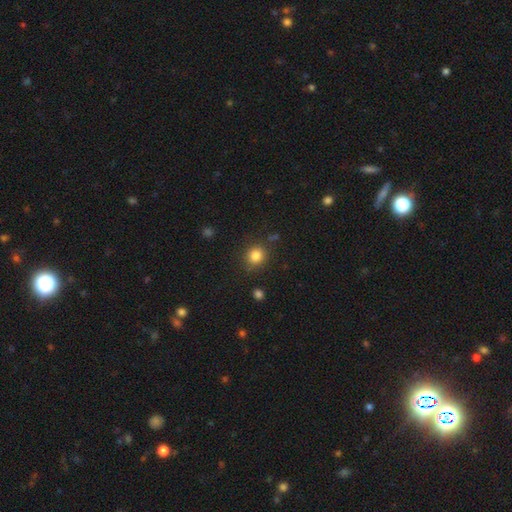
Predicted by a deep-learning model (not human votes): Q: Smooth or featured?
A: smooth (84%); runner-up: star or artifact (11%)
Q: How rounded?
A: round (81%); runner-up: in between (18%)
Q: Merging?
A: none (84%); runner-up: minor disturbance (10%)